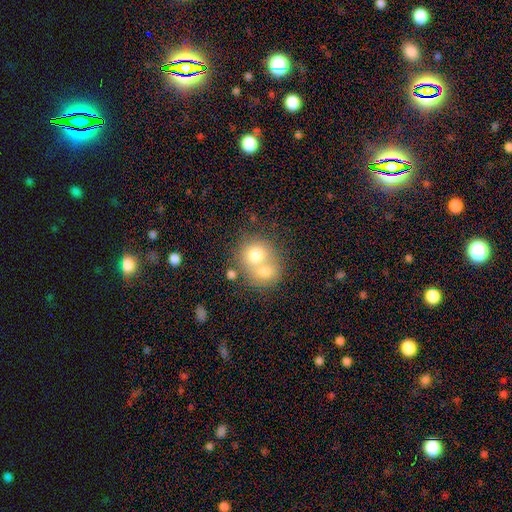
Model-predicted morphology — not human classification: smooth_or_featured: smooth (p=0.70) [alt: featured or disk p=0.20]
how_rounded: round (p=0.77) [alt: in between p=0.22]
merging: merger (p=0.64) [alt: none p=0.27]